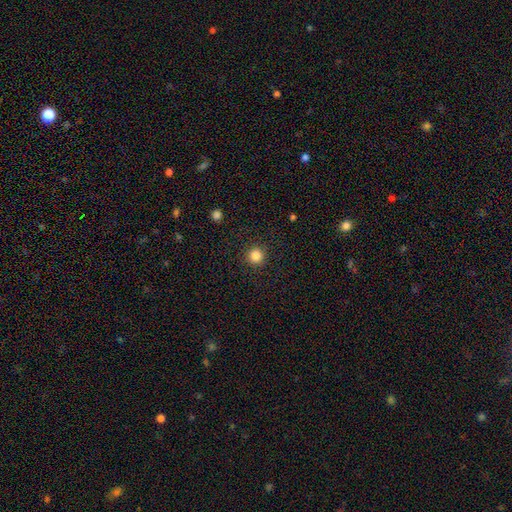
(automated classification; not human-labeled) This appears to be a smooth galaxy with no disk features (84%) that is round (95%). Merging: none (92%).